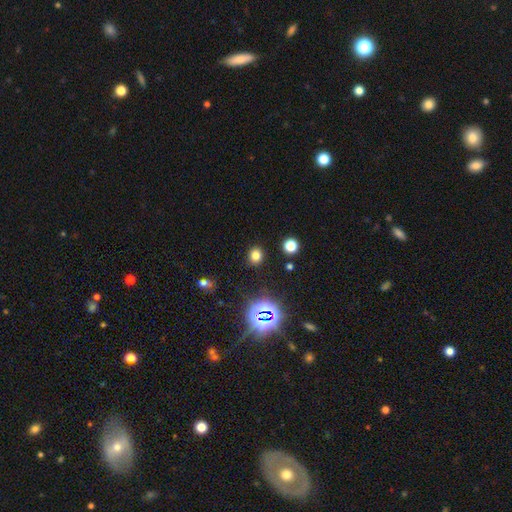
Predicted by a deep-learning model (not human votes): A smooth galaxy with no disk features (73%) that is round (73%).

Vote fractions:
- Smooth or featured? smooth: 73% / star or artifact: 21% / featured or disk: 6%
- How rounded? round: 73% / in between: 26% / cigar-shaped: 1%
- Merging? none: 88% / minor disturbance: 7% / major disturbance: 3% / merger: 2%